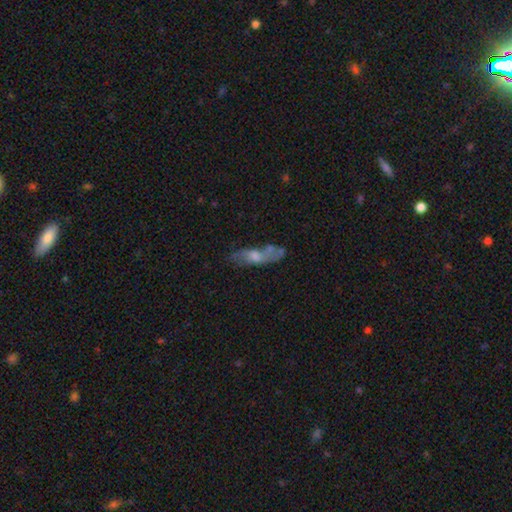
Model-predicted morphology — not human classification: A featured or disk galaxy (53%). Merging: none (57%).